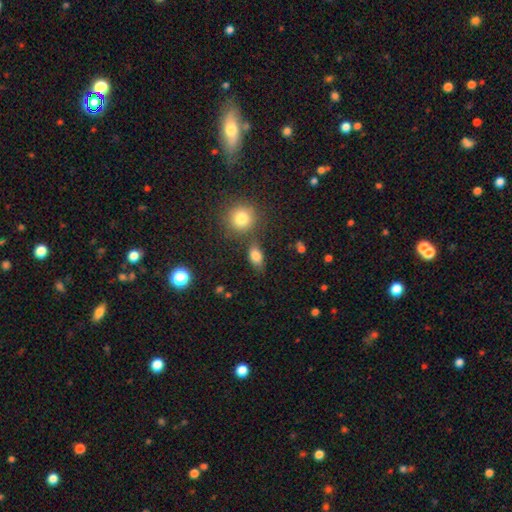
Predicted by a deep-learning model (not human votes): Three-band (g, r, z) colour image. It shows a smooth galaxy with no disk features (81%) that is in between round and cigar-shaped (81%). Merging: none (68%).